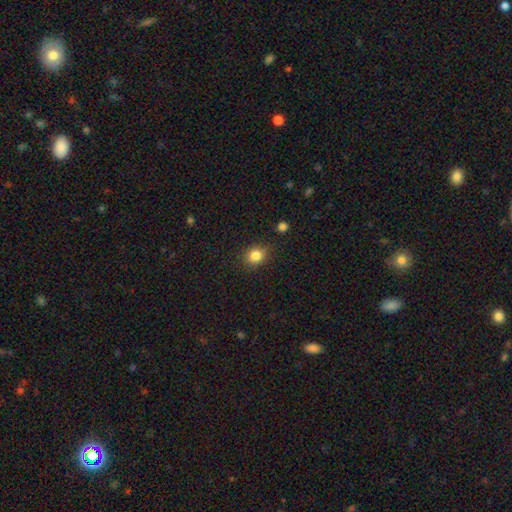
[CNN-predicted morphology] Smooth or featured: smooth — 83% (star or artifact — 11%)
How rounded: round — 73% (in between — 26%)
Merging: none — 82% (minor disturbance — 13%)